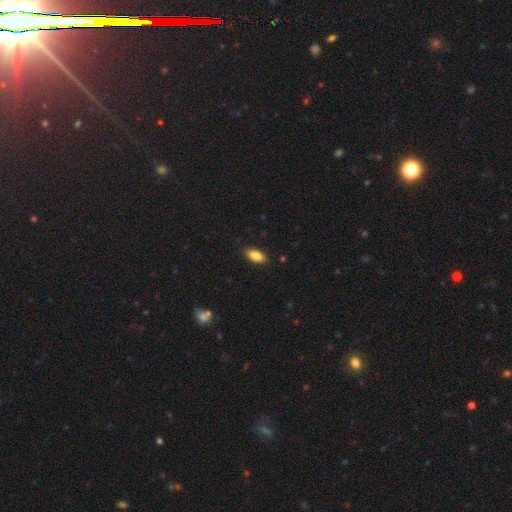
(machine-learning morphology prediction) smooth_or_featured: smooth (p=0.84) [alt: featured or disk p=0.09]
how_rounded: in between (p=0.87) [alt: cigar-shaped p=0.10]
merging: none (p=0.87) [alt: minor disturbance p=0.10]